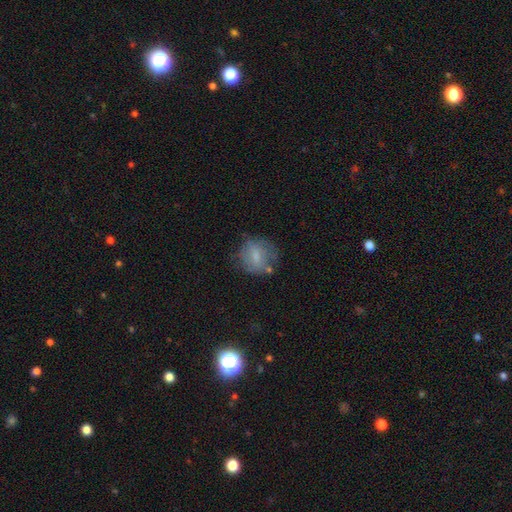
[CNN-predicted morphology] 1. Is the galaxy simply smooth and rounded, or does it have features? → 67% smooth, 24% featured or disk, 9% star or artifact.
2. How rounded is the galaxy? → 73% round, 26% in between, 1% cigar-shaped.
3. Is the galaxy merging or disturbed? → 59% none, 24% minor disturbance, 12% major disturbance, 5% merger.